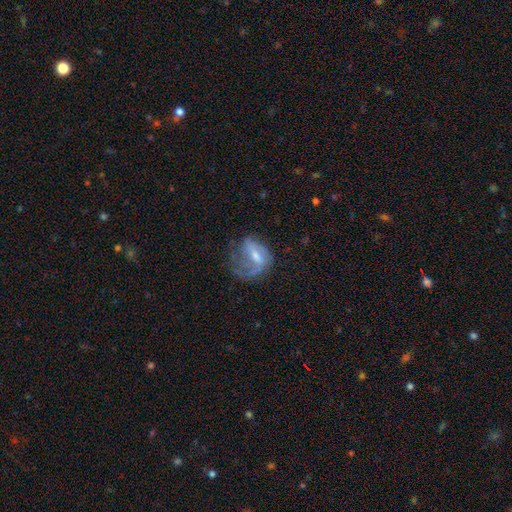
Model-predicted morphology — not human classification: type=featured or disk (60%); edge-on=no (96%); bar=weak (52%); spiral arms=yes (66%); bulge=moderate (49%); merging=major disturbance (38%).